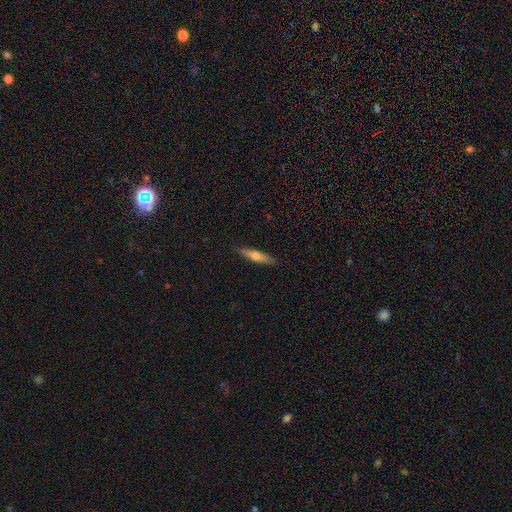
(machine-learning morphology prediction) smooth 54%, featured or disk 40%, star or artifact 6%. Down the decision tree: how rounded — cigar-shaped (84%); merging — none (89%).